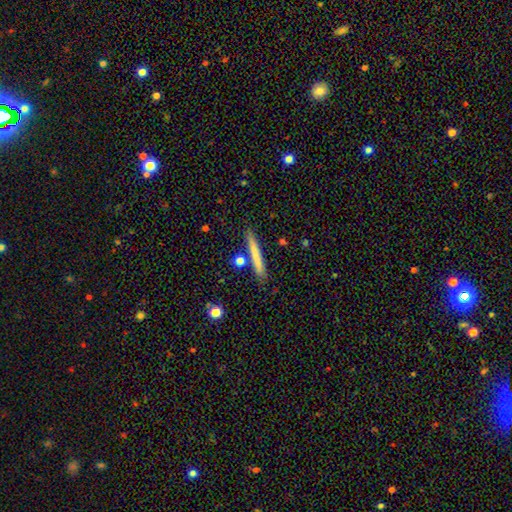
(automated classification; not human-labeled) Smooth or featured? Predicted: smooth (p=0.72). How rounded? Predicted: cigar-shaped (p=0.95). Merging? Predicted: none (p=0.84).